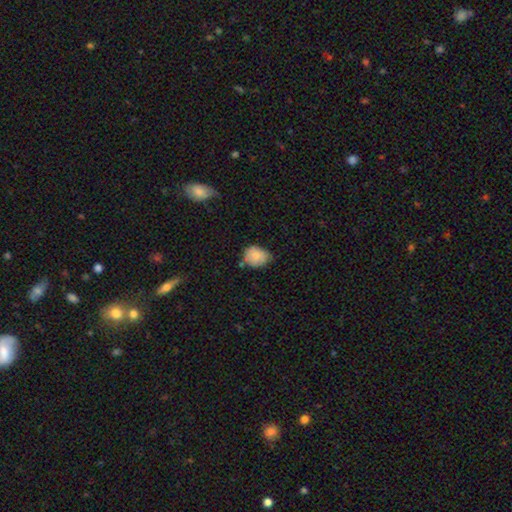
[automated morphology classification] Smooth or featured? smooth (82%)
How rounded? round (56%)
Merging? none (53%)